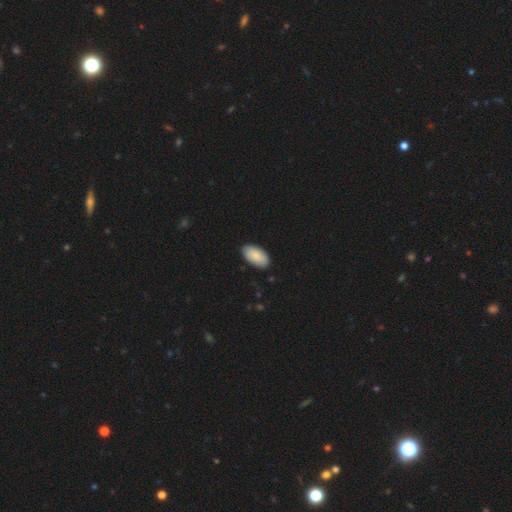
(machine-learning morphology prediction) smooth-or-featured: smooth: 82% | featured or disk: 12% | star or artifact: 6%
  how-rounded: in between: 96% | round: 2% | cigar-shaped: 2%
  merging: none: 85% | minor disturbance: 12% | major disturbance: 2% | merger: 1%